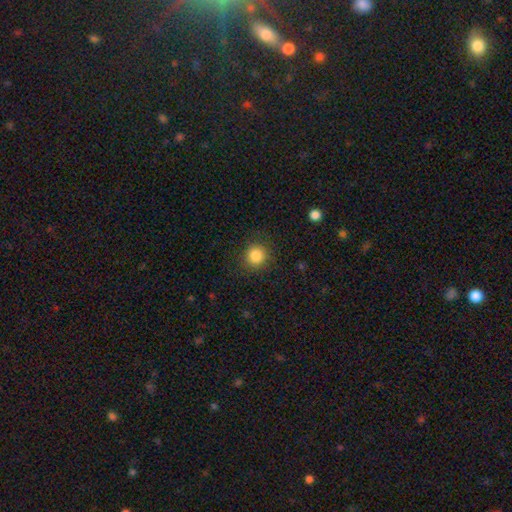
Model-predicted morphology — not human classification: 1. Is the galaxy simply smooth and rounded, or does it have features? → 85% smooth, 10% star or artifact, 4% featured or disk.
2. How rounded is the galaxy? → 92% round, 7% in between, 1% cigar-shaped.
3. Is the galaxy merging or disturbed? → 88% none, 8% minor disturbance, 3% major disturbance, 1% merger.